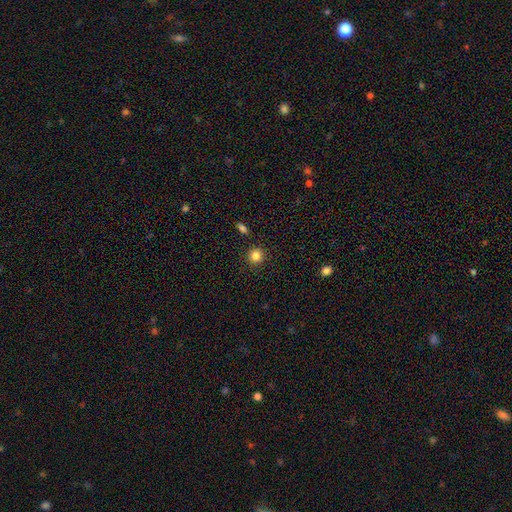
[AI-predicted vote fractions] A smooth galaxy with no disk features (84%) that is round (92%).

Vote fractions:
- Smooth or featured? smooth: 84% / star or artifact: 11% / featured or disk: 4%
- How rounded? round: 92% / in between: 7% / cigar-shaped: 1%
- Merging? none: 90% / minor disturbance: 6% / merger: 2% / major disturbance: 2%